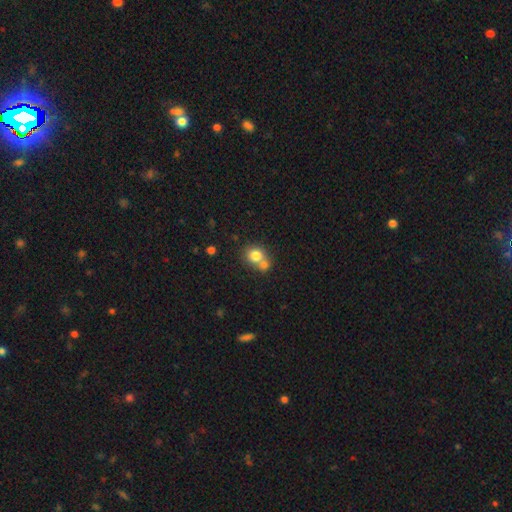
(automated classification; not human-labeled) Q: Smooth or featured?
A: smooth (79%); runner-up: featured or disk (11%)
Q: How rounded?
A: round (75%); runner-up: in between (24%)
Q: Merging?
A: merger (49%); runner-up: none (41%)